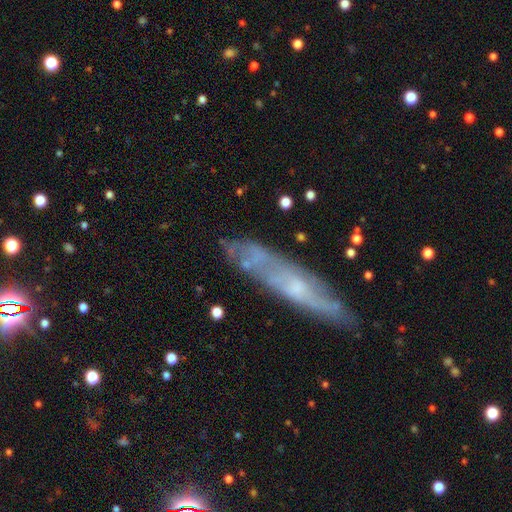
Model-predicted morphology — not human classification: Smooth or featured: featured or disk — 51% (smooth — 39%)
Edge-on disk: no — 58% (yes — 42%)
Merging: none — 68% (minor disturbance — 19%)